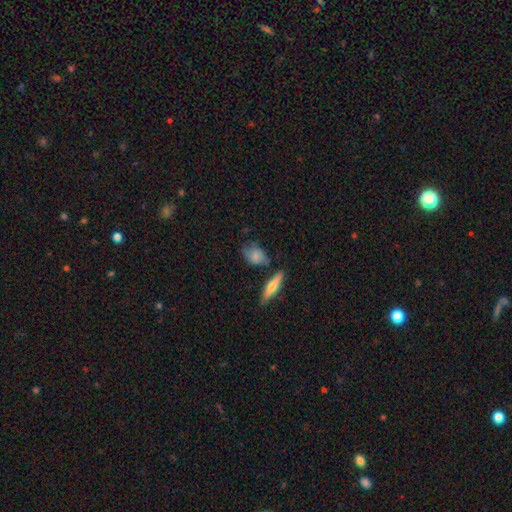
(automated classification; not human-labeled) This appears to be a smooth galaxy with no disk features (63%) that is in between round and cigar-shaped (75%). Merging: none (52%).